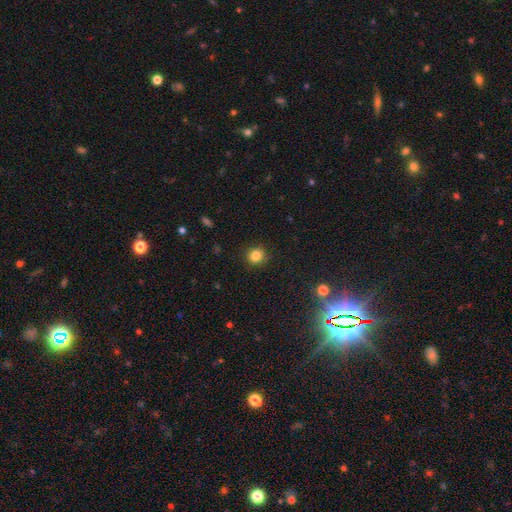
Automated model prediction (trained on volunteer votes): A smooth galaxy with no disk features (83%) that is round (86%).

Vote fractions:
- Smooth or featured? smooth: 83% / star or artifact: 12% / featured or disk: 5%
- How rounded? round: 86% / in between: 13% / cigar-shaped: 1%
- Merging? none: 90% / minor disturbance: 7% / major disturbance: 2% / merger: 1%